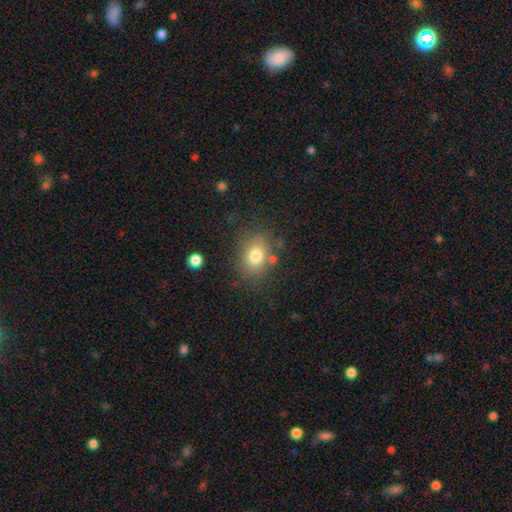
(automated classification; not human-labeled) The model was most divided on "how rounded": in between: 59%, round: 40%, cigar-shaped: 1%. More confident: smooth or featured — smooth (77%); merging — none (76%).